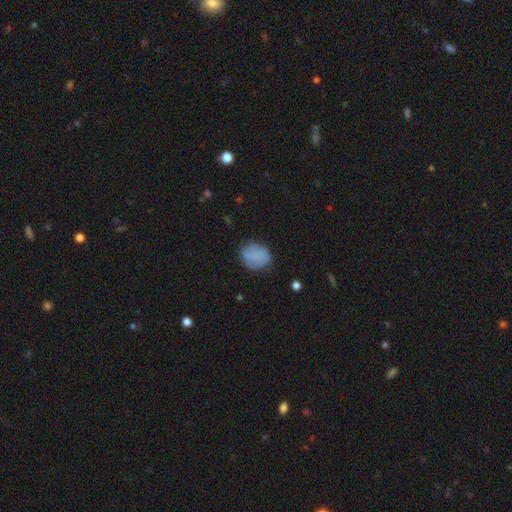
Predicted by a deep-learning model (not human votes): This is likely a smooth galaxy (66%). How rounded: likely round (67%). Merging: likely none (70%).